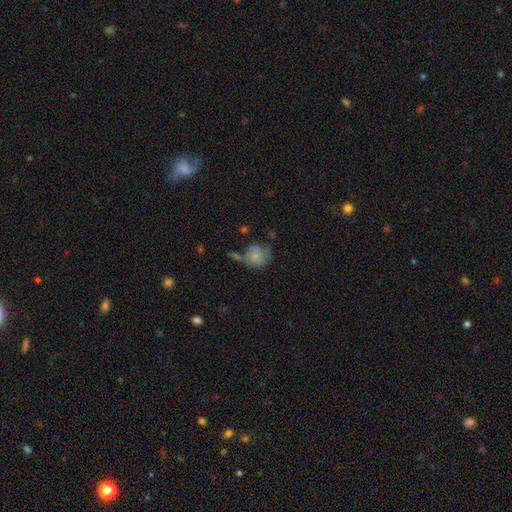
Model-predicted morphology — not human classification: type=smooth (68%); roundness=round (75%); merging=none (42%).